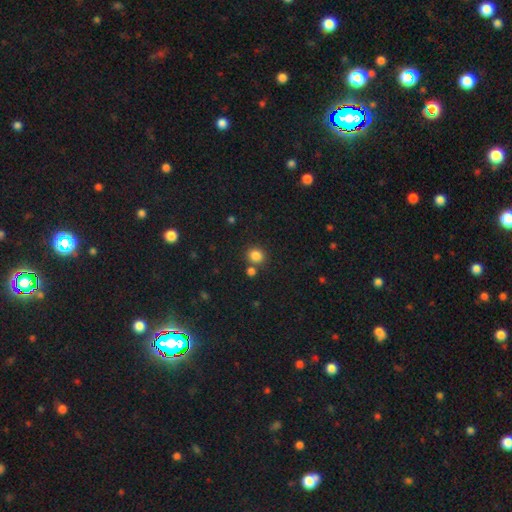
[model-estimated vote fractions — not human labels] smooth 83%, star or artifact 12%, featured or disk 4%. Down the decision tree: how rounded — round (78%); merging — none (73%).